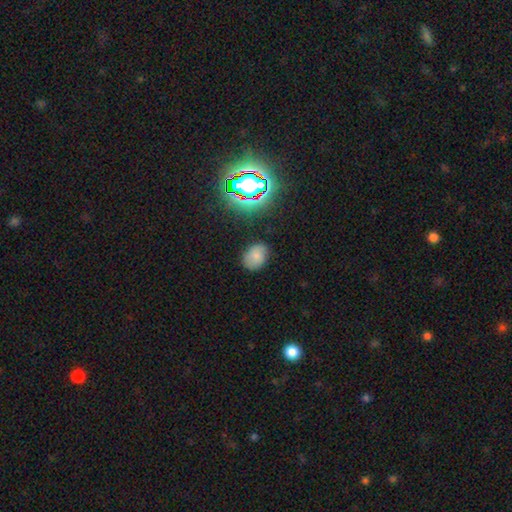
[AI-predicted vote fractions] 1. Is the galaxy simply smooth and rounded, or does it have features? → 70% smooth, 16% star or artifact, 14% featured or disk.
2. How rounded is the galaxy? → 65% in between, 34% round, 1% cigar-shaped.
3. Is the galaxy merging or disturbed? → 76% none, 18% minor disturbance, 4% major disturbance, 2% merger.